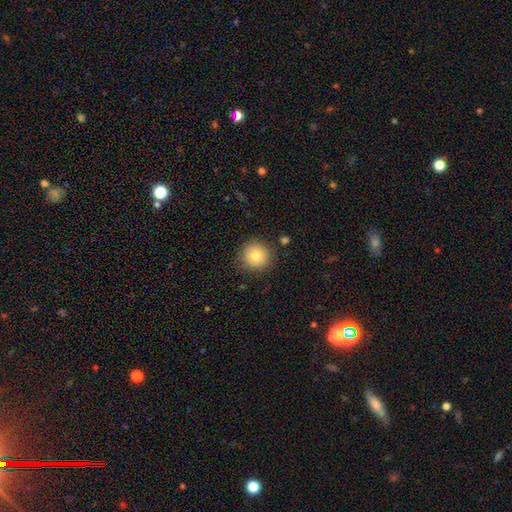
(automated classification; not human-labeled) Overall: smooth (82%). How rounded: round (94%). Merging: none (88%).